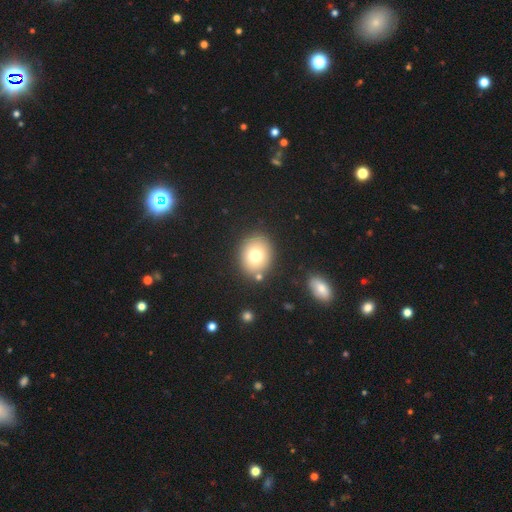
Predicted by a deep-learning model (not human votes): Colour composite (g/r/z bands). It shows a smooth galaxy with no disk features (74%) that is round (60%). Merging: none (83%).